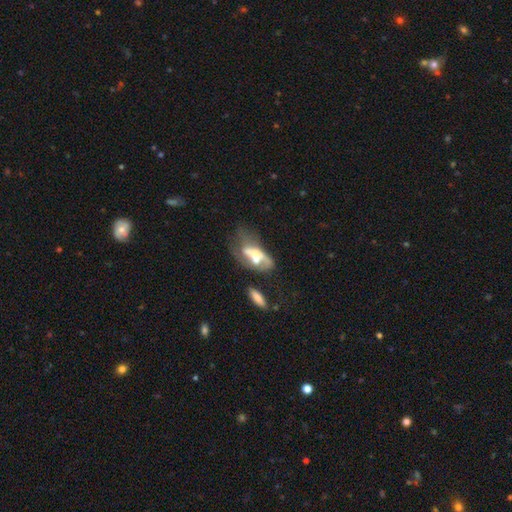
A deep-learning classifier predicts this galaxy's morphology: The model was most divided on "smooth or featured": featured or disk: 48%, smooth: 42%, star or artifact: 10%. Remaining: merging — major disturbance (37%).